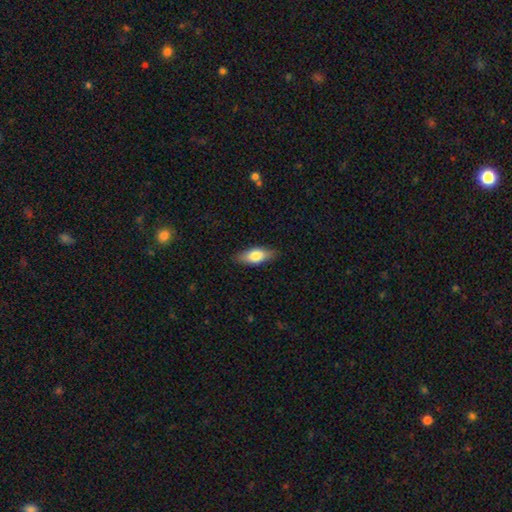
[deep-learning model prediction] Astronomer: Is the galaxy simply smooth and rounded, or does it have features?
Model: smooth — 71%.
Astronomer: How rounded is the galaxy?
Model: in between — 78%.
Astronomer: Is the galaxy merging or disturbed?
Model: none — 84%.